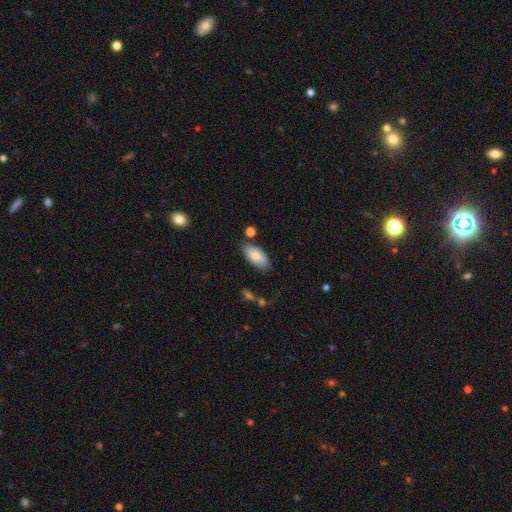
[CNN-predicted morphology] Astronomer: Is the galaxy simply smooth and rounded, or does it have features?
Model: smooth — 81%.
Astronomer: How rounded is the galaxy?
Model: in between — 92%.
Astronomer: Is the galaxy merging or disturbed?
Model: none — 77%.